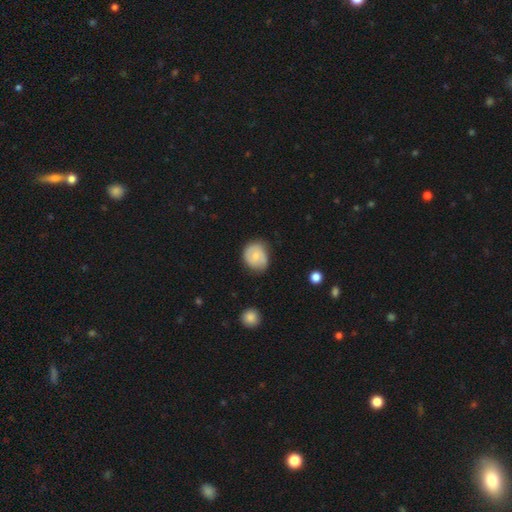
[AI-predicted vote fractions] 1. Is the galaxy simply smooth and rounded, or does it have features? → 58% smooth, 35% featured or disk, 7% star or artifact.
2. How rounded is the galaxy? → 69% round, 31% in between, 1% cigar-shaped.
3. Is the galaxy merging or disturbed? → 63% none, 29% minor disturbance, 6% major disturbance, 2% merger.